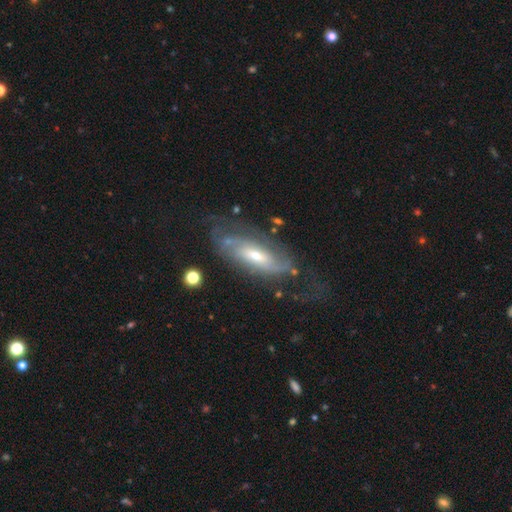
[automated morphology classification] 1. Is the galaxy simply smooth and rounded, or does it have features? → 78% featured or disk, 15% smooth, 6% star or artifact.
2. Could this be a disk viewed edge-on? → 86% no, 14% yes.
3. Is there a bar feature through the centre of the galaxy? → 51% no, 36% weak, 13% strong.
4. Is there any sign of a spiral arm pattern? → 88% yes, 12% no.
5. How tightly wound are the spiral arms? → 44% tight, 37% medium, 19% loose.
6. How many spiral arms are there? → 42% can't tell, 38% 2, 8% 3, 5% 1, 3% 4, 3% more than 4.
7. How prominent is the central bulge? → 48% small, 47% moderate, 3% large, 1% none, 1% dominant.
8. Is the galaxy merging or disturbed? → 56% none, 22% minor disturbance, 19% major disturbance, 3% merger.